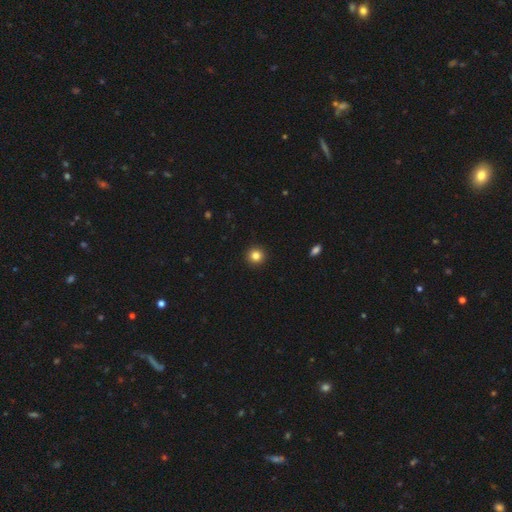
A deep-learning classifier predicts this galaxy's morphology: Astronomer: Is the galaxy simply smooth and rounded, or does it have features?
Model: smooth — 84%.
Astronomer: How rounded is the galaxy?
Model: round — 95%.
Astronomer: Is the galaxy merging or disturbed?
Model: none — 94%.